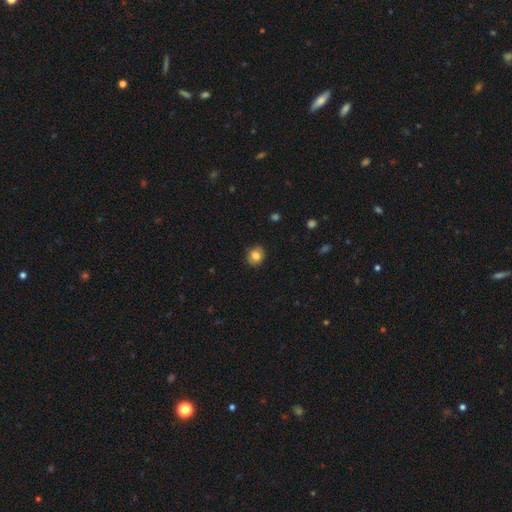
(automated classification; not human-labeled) smooth_or_featured: smooth (p=0.79) [alt: featured or disk p=0.12]
how_rounded: round (p=0.67) [alt: in between p=0.32]
merging: none (p=0.84) [alt: minor disturbance p=0.12]